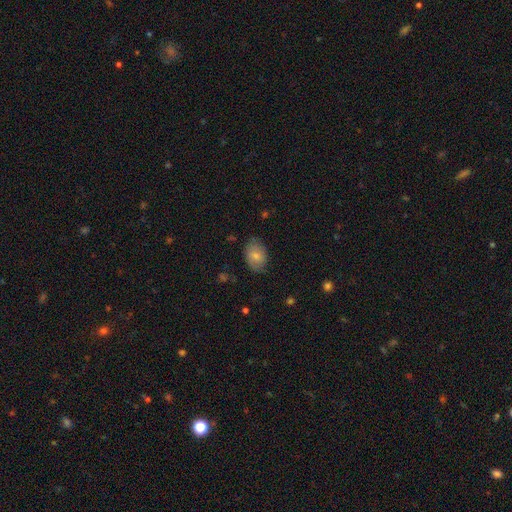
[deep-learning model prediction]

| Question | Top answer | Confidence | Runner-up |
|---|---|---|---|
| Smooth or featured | smooth | 76% | featured or disk (17%) |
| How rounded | in between | 81% | round (18%) |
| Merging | none | 76% | minor disturbance (19%) |